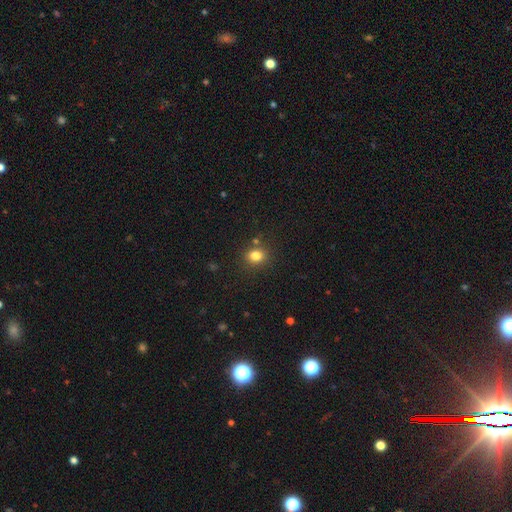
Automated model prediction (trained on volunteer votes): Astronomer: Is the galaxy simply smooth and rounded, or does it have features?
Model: smooth — 80%.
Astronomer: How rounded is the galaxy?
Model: round — 68%.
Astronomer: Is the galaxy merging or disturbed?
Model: none — 82%.